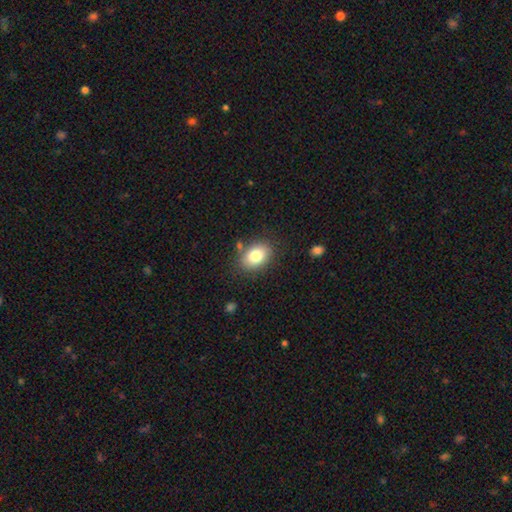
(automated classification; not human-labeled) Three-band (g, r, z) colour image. It shows a smooth galaxy with no disk features (82%) that is in between round and cigar-shaped (76%). Merging: none (81%).